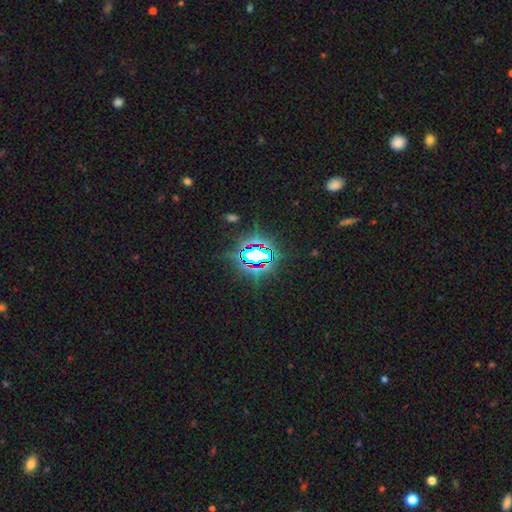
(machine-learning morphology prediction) This is likely a star or artifact rather than a galaxy (78%).